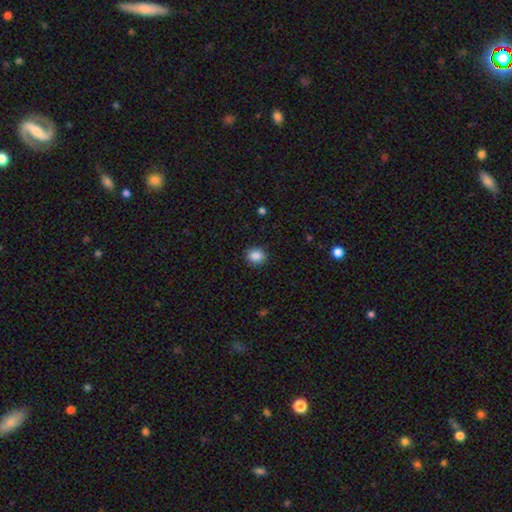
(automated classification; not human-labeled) Overall: smooth (88%). How rounded: round (73%). Merging: none (90%).